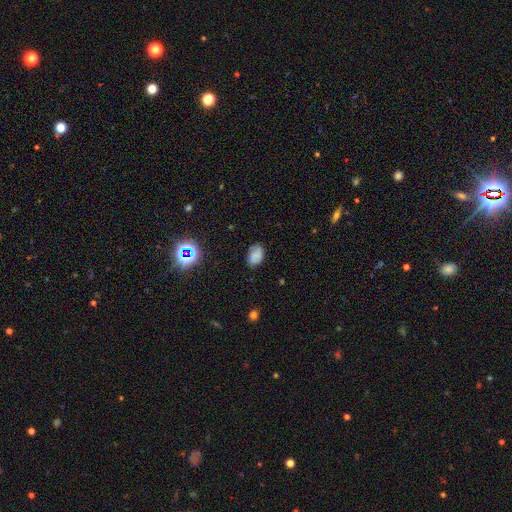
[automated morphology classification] smooth-or-featured: smooth: 52% | featured or disk: 32% | star or artifact: 17%
  how-rounded: in between: 79% | round: 20% | cigar-shaped: 1%
  merging: none: 68% | minor disturbance: 22% | major disturbance: 7% | merger: 2%